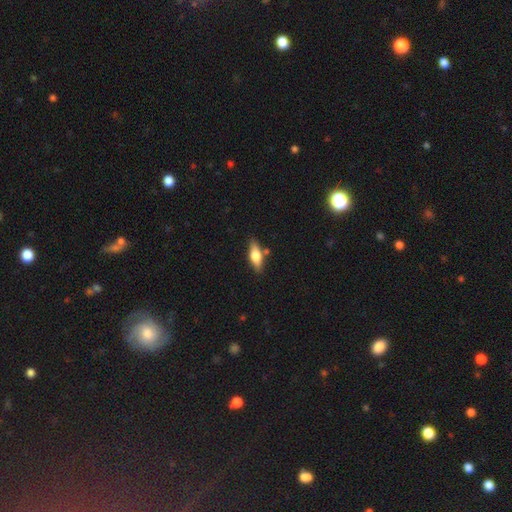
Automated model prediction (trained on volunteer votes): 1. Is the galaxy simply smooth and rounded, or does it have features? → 58% smooth, 36% featured or disk, 7% star or artifact.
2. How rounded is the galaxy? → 65% in between, 32% cigar-shaped, 4% round.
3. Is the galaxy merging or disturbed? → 78% none, 14% minor disturbance, 6% merger, 3% major disturbance.